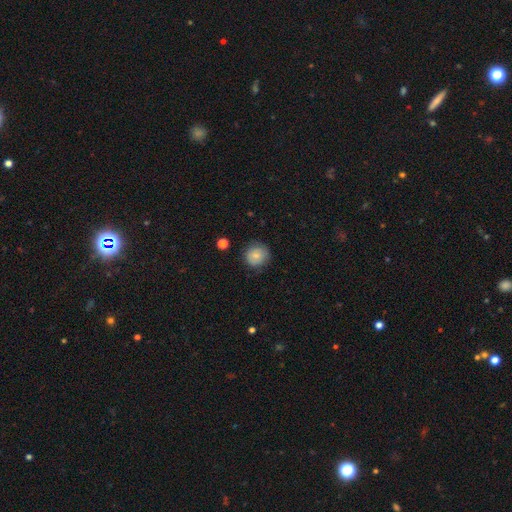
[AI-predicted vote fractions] A smooth galaxy with no disk features (77%) that is round (91%).

Vote fractions:
- Smooth or featured? smooth: 77% / featured or disk: 14% / star or artifact: 9%
- How rounded? round: 91% / in between: 8% / cigar-shaped: 1%
- Merging? none: 81% / minor disturbance: 14% / major disturbance: 3% / merger: 1%